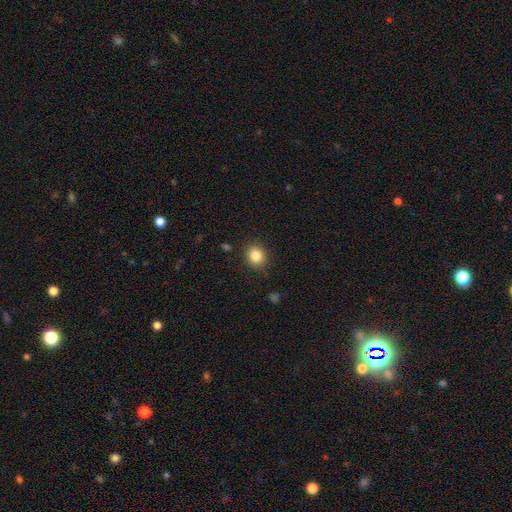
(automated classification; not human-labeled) A smooth galaxy with no disk features (83%) that is round (73%). Merging: none (87%).